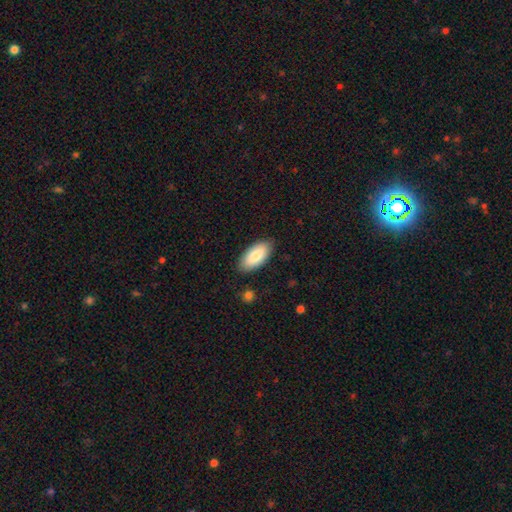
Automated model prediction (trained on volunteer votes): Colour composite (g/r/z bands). It shows a smooth galaxy with no disk features (84%) that is in between round and cigar-shaped (91%). Merging: none (86%).